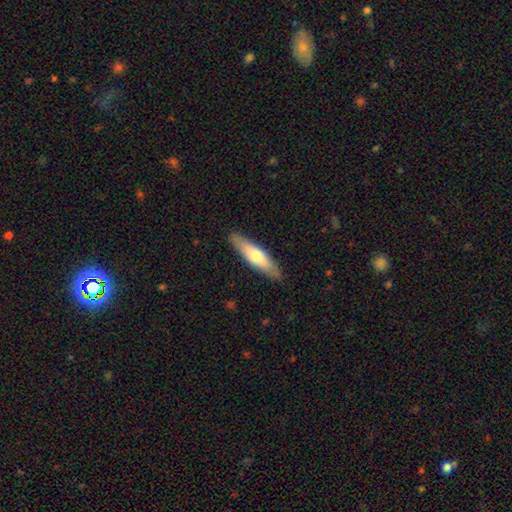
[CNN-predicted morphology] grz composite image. It shows a smooth galaxy with no disk features (59%) that is cigar-shaped (74%). Merging: none (89%).